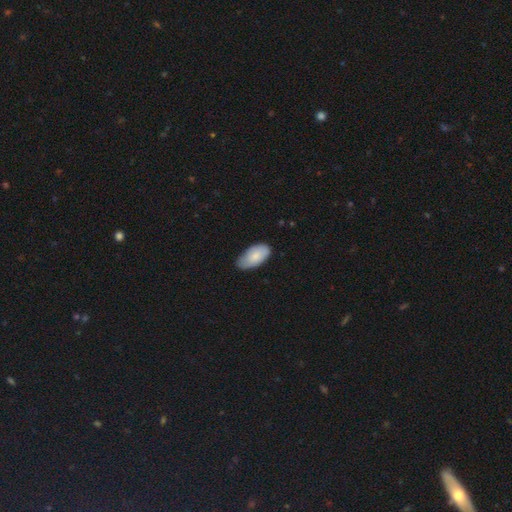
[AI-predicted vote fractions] The model was most divided on "merging": none: 65%, minor disturbance: 30%, major disturbance: 4%, merger: 1%. More confident: how rounded — in between (95%); smooth or featured — smooth (81%).